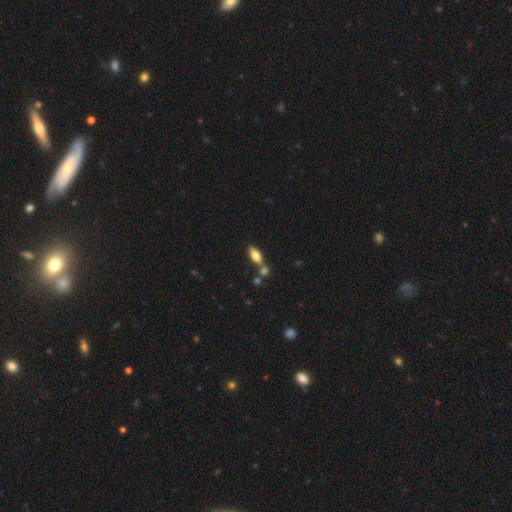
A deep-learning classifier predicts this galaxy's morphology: Q: Smooth or featured?
A: smooth (79%); runner-up: featured or disk (13%)
Q: How rounded?
A: in between (83%); runner-up: cigar-shaped (14%)
Q: Merging?
A: none (60%); runner-up: merger (25%)